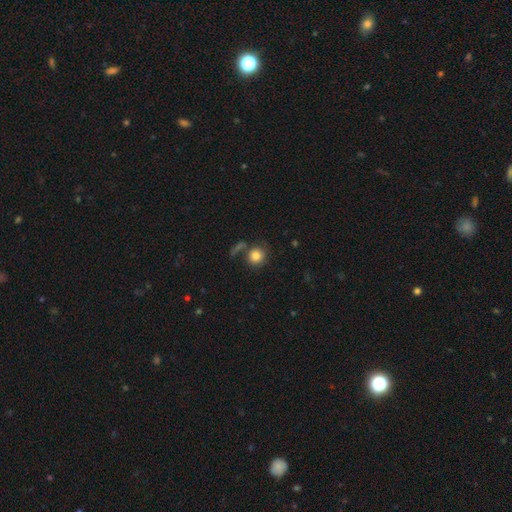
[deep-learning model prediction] Smooth or featured? Predicted: smooth (p=0.83). How rounded? Predicted: round (p=0.87). Merging? Predicted: none (p=0.65).